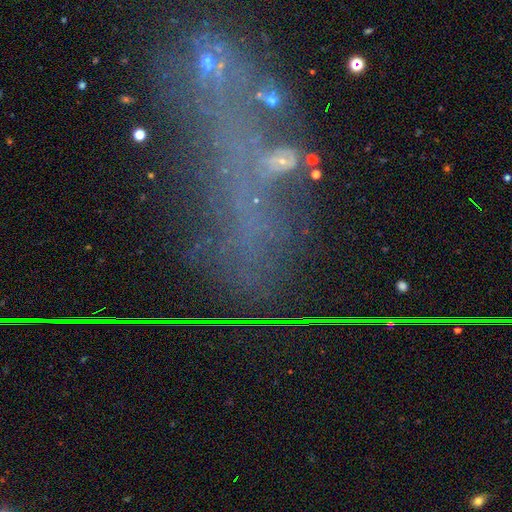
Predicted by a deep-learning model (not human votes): smooth_or_featured: star or artifact (p=0.64) [alt: featured or disk p=0.18]